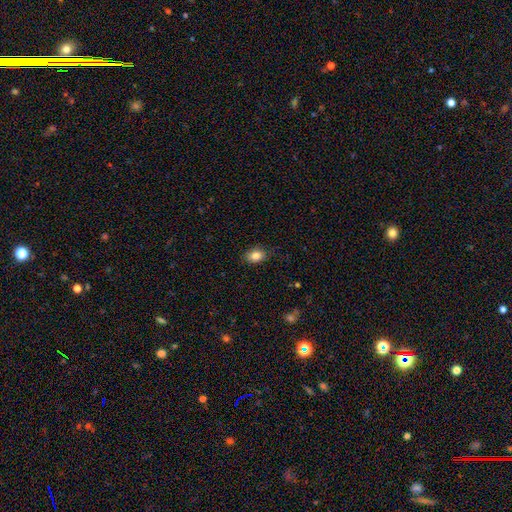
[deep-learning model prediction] This is clearly a smooth galaxy (85%). How rounded: likely in between (77%). Merging: clearly none (82%).